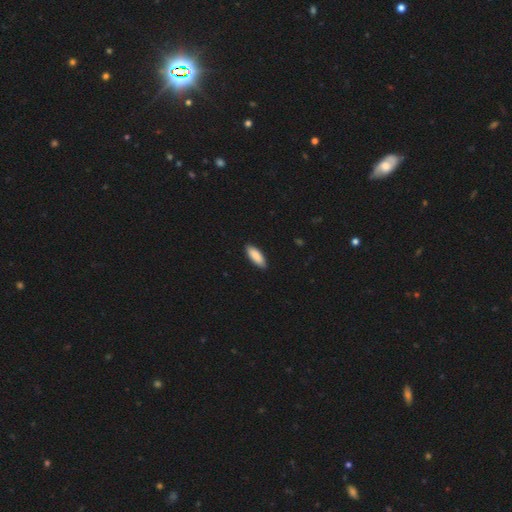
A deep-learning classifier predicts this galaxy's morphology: A smooth galaxy with no disk features (90%) that is in between round and cigar-shaped (74%).

Vote fractions:
- Smooth or featured? smooth: 90% / star or artifact: 5% / featured or disk: 5%
- How rounded? in between: 74% / cigar-shaped: 24% / round: 2%
- Merging? none: 89% / minor disturbance: 8% / major disturbance: 1% / merger: 1%